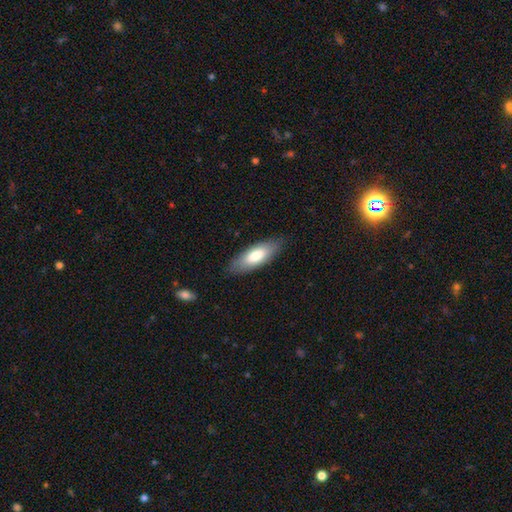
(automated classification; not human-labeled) smooth-or-featured: smooth: 76% | featured or disk: 19% | star or artifact: 5%
  how-rounded: in between: 72% | cigar-shaped: 27% | round: 2%
  merging: none: 85% | minor disturbance: 11% | major disturbance: 3% | merger: 1%